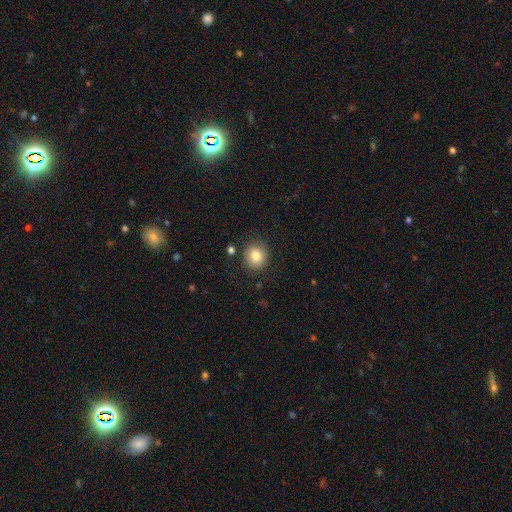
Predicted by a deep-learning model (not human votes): This appears to be a smooth galaxy with no disk features (83%) that is round (80%). Merging: none (82%).